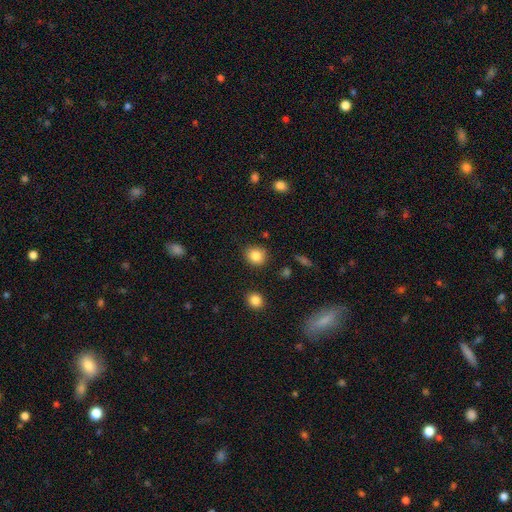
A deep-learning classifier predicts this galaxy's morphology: Q: Smooth or featured?
A: smooth (84%); runner-up: star or artifact (10%)
Q: How rounded?
A: round (82%); runner-up: in between (17%)
Q: Merging?
A: none (87%); runner-up: minor disturbance (8%)